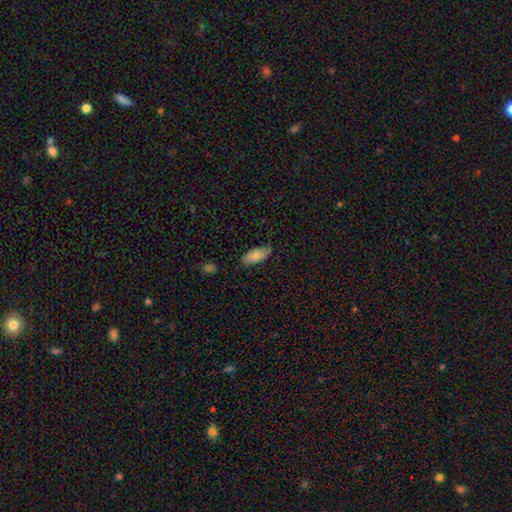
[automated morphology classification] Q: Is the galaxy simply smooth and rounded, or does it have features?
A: smooth — 81%.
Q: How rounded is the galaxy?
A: in between — 90%.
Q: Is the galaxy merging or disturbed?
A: none — 65%.